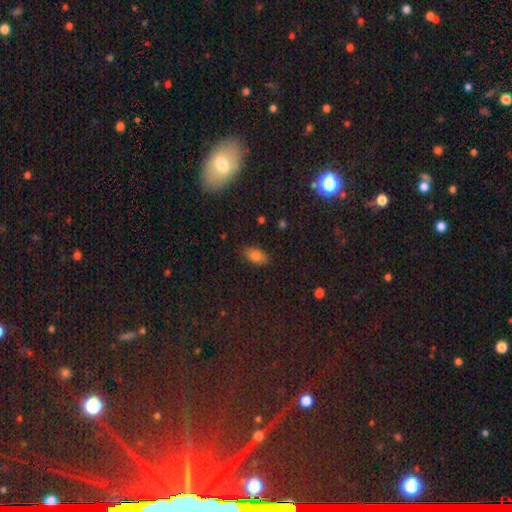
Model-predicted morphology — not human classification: Q: Smooth or featured?
A: smooth (77%); runner-up: star or artifact (14%)
Q: How rounded?
A: in between (90%); runner-up: round (5%)
Q: Merging?
A: none (81%); runner-up: minor disturbance (14%)